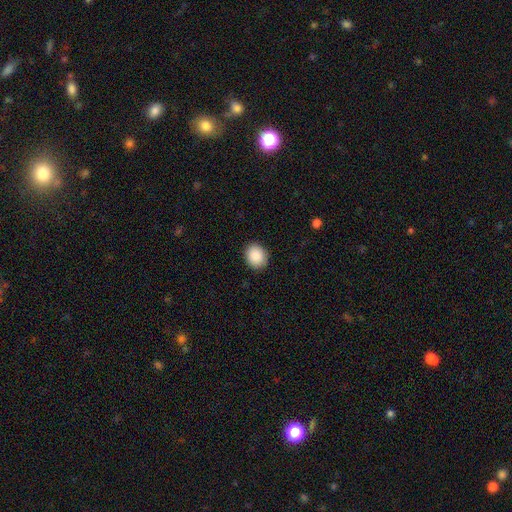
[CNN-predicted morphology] type=smooth (90%); roundness=round (63%); merging=none (90%).